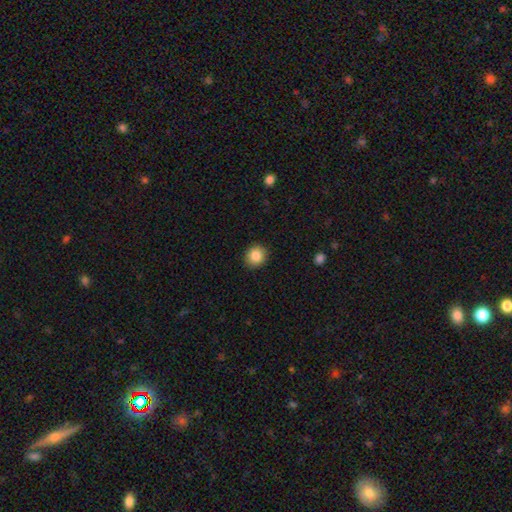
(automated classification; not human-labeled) This appears to be a smooth galaxy with no disk features (86%) that is round (84%). Merging: none (90%).